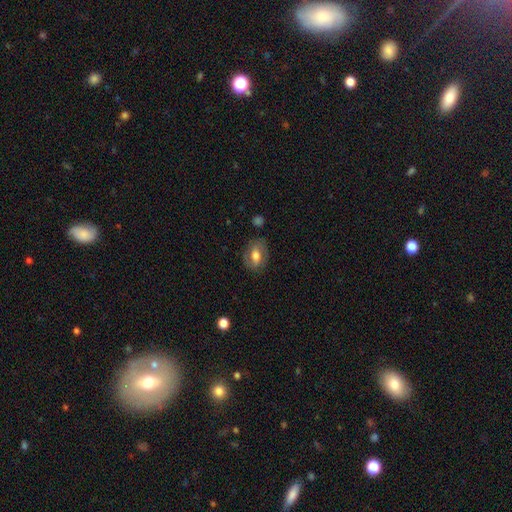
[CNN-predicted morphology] smooth_or_featured: smooth (p=0.54) [alt: featured or disk p=0.38]
how_rounded: in between (p=0.79) [alt: round p=0.19]
merging: none (p=0.76) [alt: minor disturbance p=0.16]